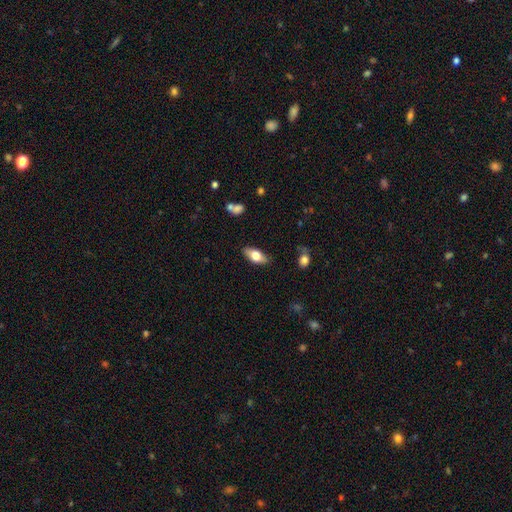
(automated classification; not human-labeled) A smooth galaxy with no disk features (68%) that is in between round and cigar-shaped (85%). Merging: none (82%).